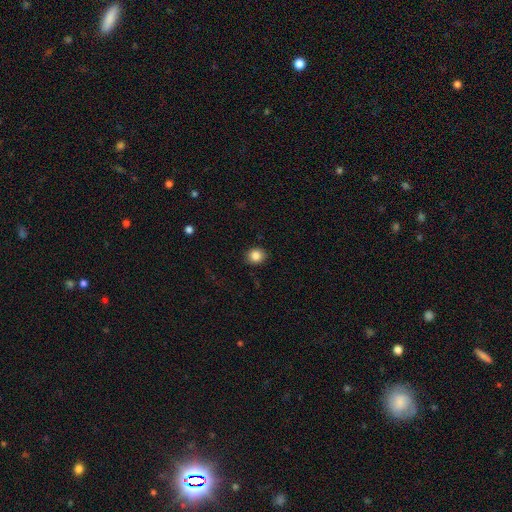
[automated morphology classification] Overall: smooth (85%). How rounded: round (78%). Merging: none (90%).